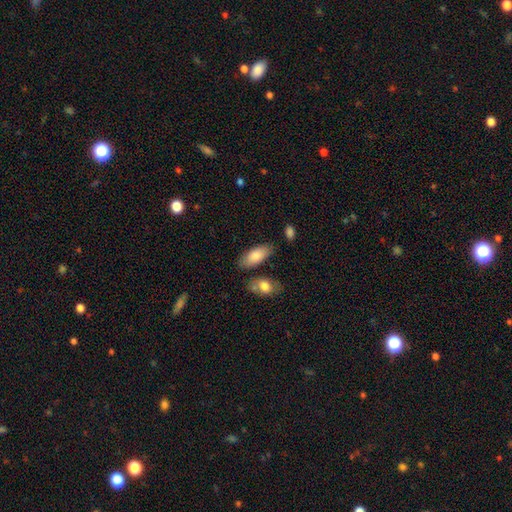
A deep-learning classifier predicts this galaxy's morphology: A smooth galaxy with no disk features (82%) that is in between round and cigar-shaped (86%).

Vote fractions:
- Smooth or featured? smooth: 82% / featured or disk: 12% / star or artifact: 6%
- How rounded? in between: 86% / cigar-shaped: 12% / round: 2%
- Merging? none: 75% / minor disturbance: 14% / merger: 8% / major disturbance: 3%